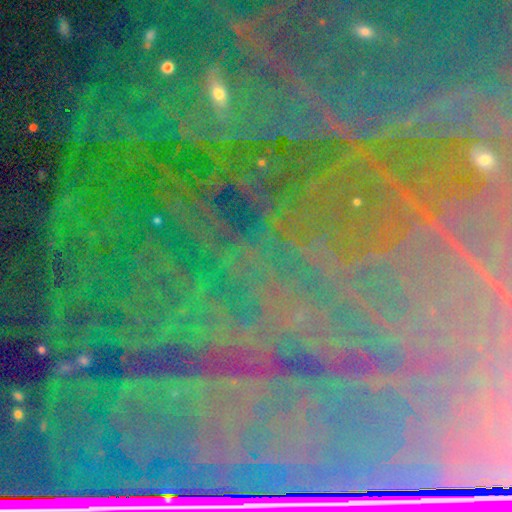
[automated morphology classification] Smooth or featured? Predicted: star or artifact (p=0.87).